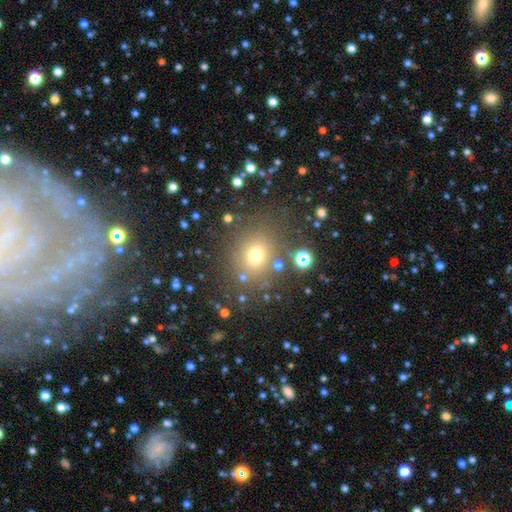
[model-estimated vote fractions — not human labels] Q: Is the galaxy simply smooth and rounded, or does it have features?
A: smooth — 67%.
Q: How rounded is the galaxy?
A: round — 71%.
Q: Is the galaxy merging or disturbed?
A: none — 77%.